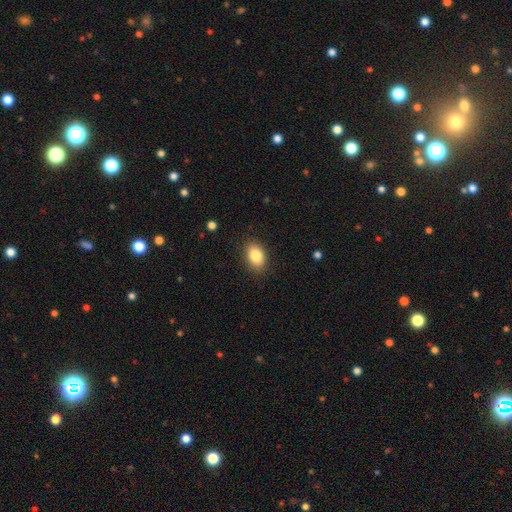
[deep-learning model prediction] Morphology: type=smooth (85%); roundness=in between (85%); merging=none (87%).